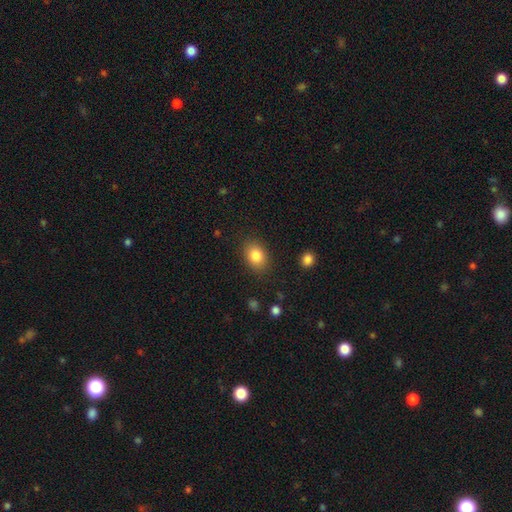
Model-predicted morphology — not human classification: The model was most divided on "how rounded": in between: 67%, round: 31%, cigar-shaped: 1%. More confident: merging — none (85%); smooth or featured — smooth (84%).